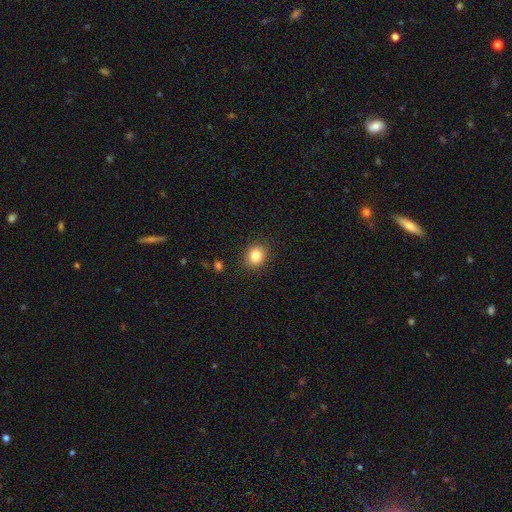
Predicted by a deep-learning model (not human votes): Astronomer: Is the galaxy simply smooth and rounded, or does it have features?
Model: smooth — 83%.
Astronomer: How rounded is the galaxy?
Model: round — 74%.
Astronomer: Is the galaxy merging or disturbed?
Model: none — 88%.